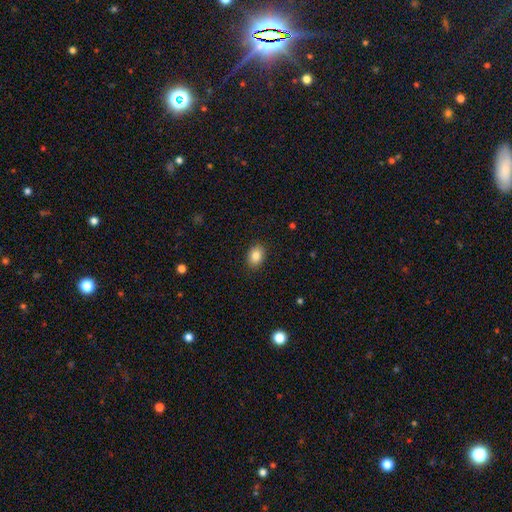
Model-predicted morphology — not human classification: Smooth or featured: smooth — 85% (star or artifact — 9%)
How rounded: in between — 72% (round — 27%)
Merging: none — 88% (minor disturbance — 9%)